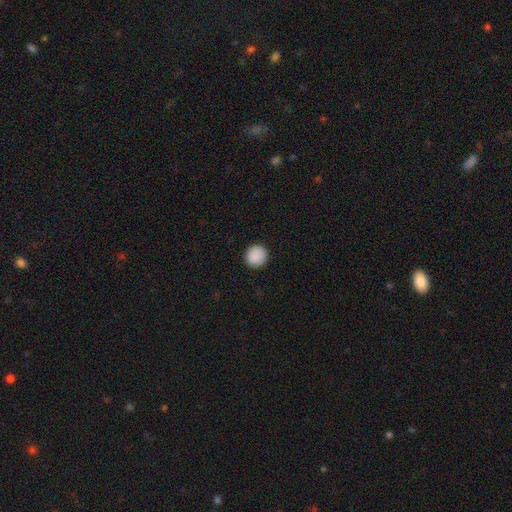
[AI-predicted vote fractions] This appears to be a smooth galaxy with no disk features (90%) that is round (92%). Merging: none (91%).